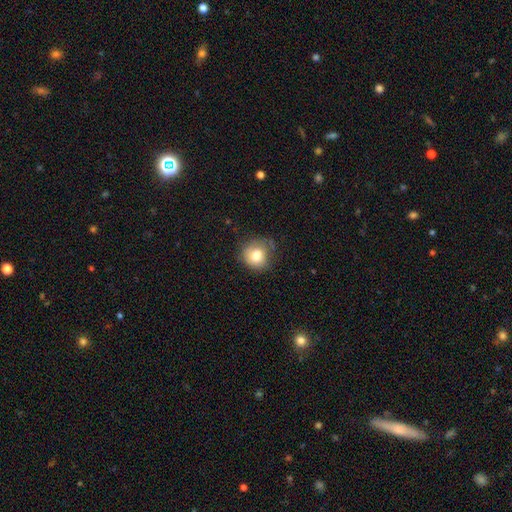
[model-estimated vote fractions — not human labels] Smooth or featured?
  - smooth: 79% *
  - featured or disk: 11%
  - star or artifact: 9%
How rounded?
  - round: 83% *
  - in between: 16%
  - cigar-shaped: 1%
Merging?
  - none: 63% *
  - minor disturbance: 27%
  - major disturbance: 9%
  - merger: 2%